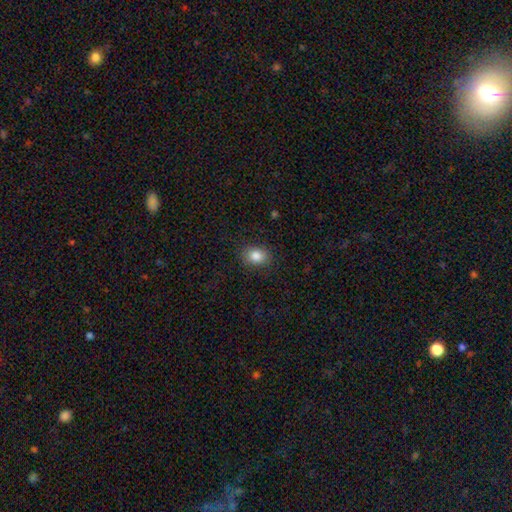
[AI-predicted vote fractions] Smooth or featured? smooth (85%)
How rounded? in between (59%)
Merging? none (87%)